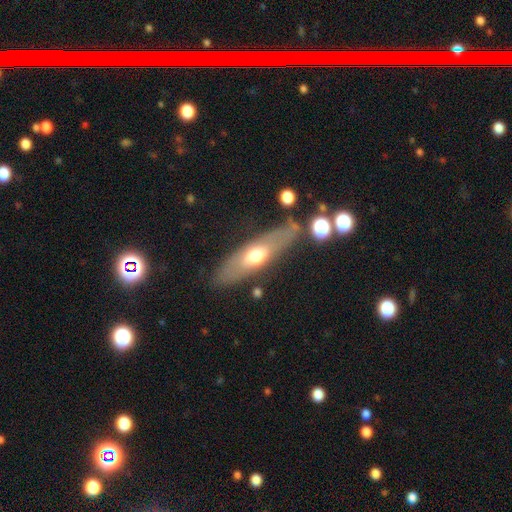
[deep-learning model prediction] Smooth or featured? smooth (48%)
Merging? none (72%)